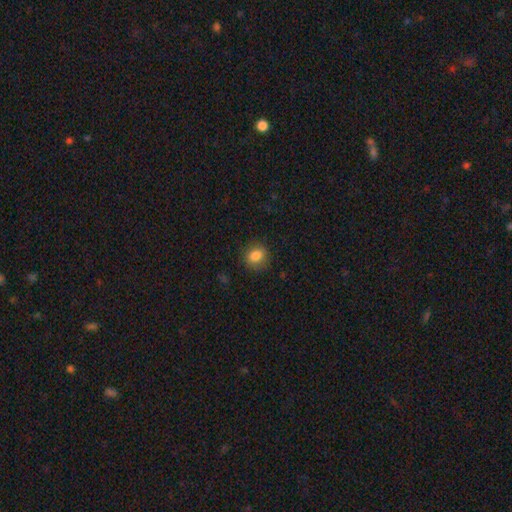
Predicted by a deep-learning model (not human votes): Overall: smooth (83%). How rounded: round (65%; in between 34%). Merging: none (82%).